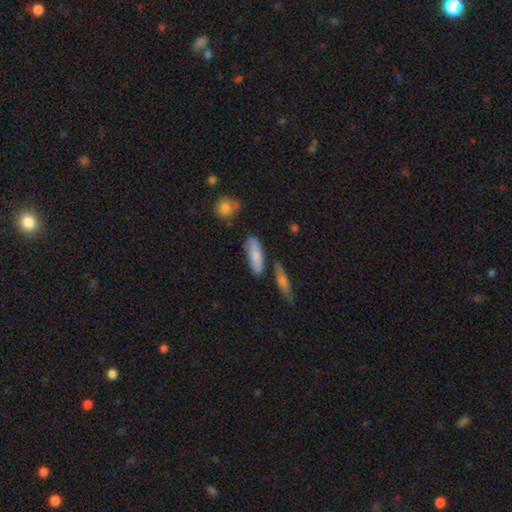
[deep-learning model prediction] smooth 78%, featured or disk 15%, star or artifact 7%. Down the decision tree: how rounded — in between (61%); merging — none (64%).